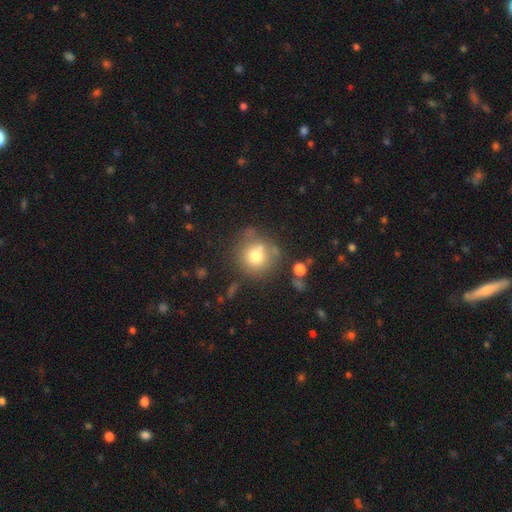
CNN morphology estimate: smooth-or-featured: smooth: 73% | featured or disk: 16% | star or artifact: 11%
  how-rounded: round: 89% | in between: 10% | cigar-shaped: 1%
  merging: none: 62% | minor disturbance: 17% | merger: 13% | major disturbance: 7%